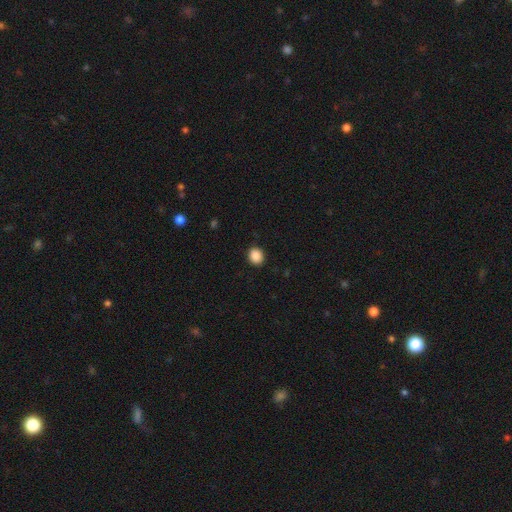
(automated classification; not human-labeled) smooth-or-featured: smooth: 88% | star or artifact: 9% | featured or disk: 3%
  how-rounded: round: 70% | in between: 29% | cigar-shaped: 1%
  merging: none: 90% | minor disturbance: 7% | major disturbance: 2% | merger: 1%